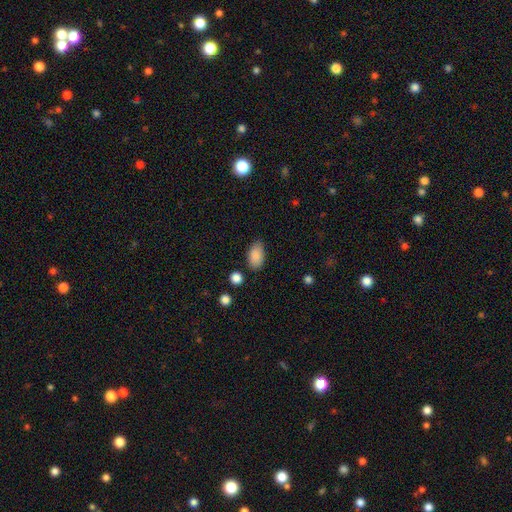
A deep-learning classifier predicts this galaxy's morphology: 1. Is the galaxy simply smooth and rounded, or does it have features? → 88% smooth, 7% star or artifact, 5% featured or disk.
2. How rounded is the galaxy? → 93% in between, 6% round, 2% cigar-shaped.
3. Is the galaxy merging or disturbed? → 80% none, 14% minor disturbance, 3% major disturbance, 3% merger.